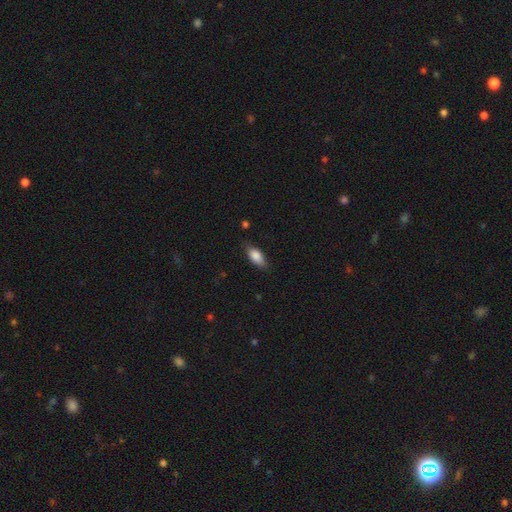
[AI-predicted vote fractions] This appears to be a smooth galaxy with no disk features (84%) that is in between round and cigar-shaped (85%). Merging: none (78%).